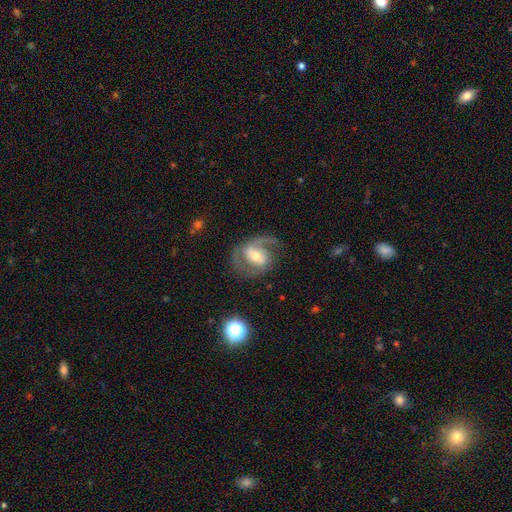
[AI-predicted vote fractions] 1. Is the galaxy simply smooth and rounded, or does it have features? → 83% featured or disk, 11% smooth, 6% star or artifact.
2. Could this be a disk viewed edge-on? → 97% no, 3% yes.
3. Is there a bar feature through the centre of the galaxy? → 42% weak, 31% no, 27% strong.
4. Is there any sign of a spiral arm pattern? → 92% yes, 8% no.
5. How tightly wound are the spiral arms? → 54% medium, 25% loose, 21% tight.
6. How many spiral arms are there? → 83% 2, 8% 1, 5% can't tell, 2% 3, 1% 4, 1% more than 4.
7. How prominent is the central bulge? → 59% moderate, 32% small, 7% large, 1% none, 1% dominant.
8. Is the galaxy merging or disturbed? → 68% none, 16% minor disturbance, 14% major disturbance, 2% merger.